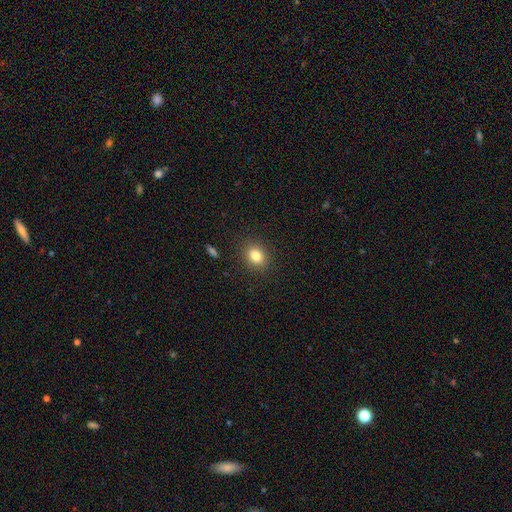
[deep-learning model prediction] Q: Smooth or featured?
A: smooth (82%); runner-up: star or artifact (11%)
Q: How rounded?
A: round (53%); runner-up: in between (46%)
Q: Merging?
A: none (89%); runner-up: minor disturbance (8%)